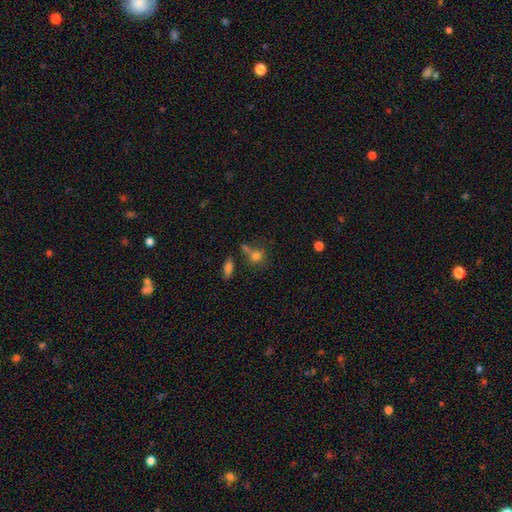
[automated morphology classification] This is likely a smooth galaxy (61%). How rounded: likely round (66%). Merging: possibly none (60%).